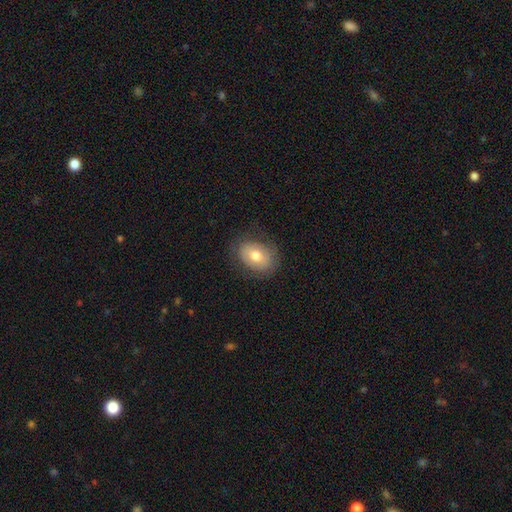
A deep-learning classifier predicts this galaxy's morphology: A smooth galaxy with no disk features (69%) that is in between round and cigar-shaped (72%). Merging: none (77%).